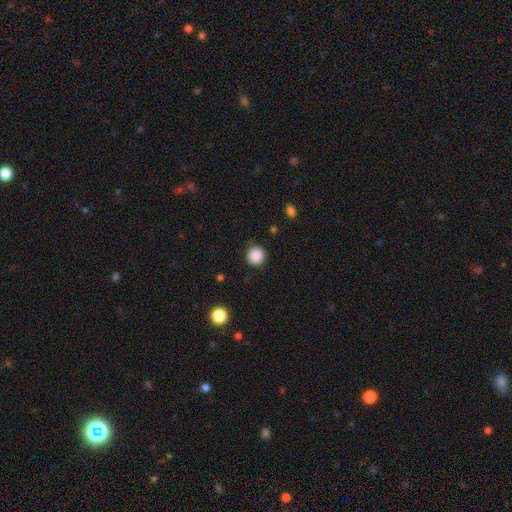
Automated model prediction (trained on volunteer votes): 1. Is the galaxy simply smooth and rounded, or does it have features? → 88% smooth, 10% star or artifact, 2% featured or disk.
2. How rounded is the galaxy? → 94% round, 5% in between, 1% cigar-shaped.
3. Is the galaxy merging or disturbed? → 90% none, 7% minor disturbance, 2% major disturbance, 1% merger.